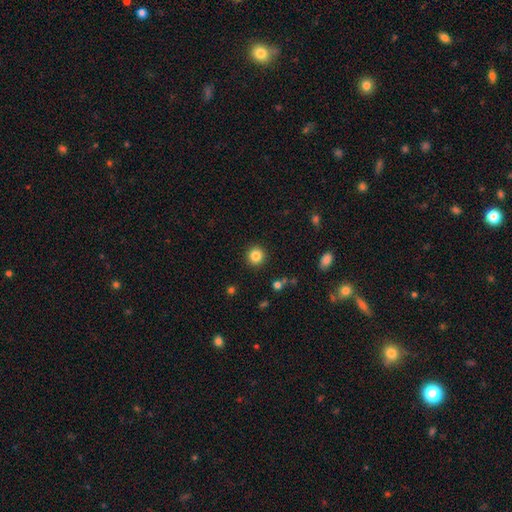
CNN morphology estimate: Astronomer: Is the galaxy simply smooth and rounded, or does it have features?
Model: smooth — 84%.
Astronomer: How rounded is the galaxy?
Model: round — 94%.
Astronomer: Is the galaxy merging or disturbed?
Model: none — 92%.